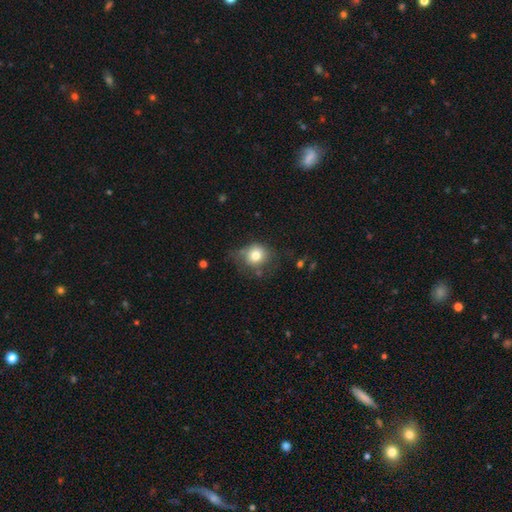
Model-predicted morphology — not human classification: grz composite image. It shows a smooth galaxy with no disk features (77%) that is round (80%). Merging: none (56%).